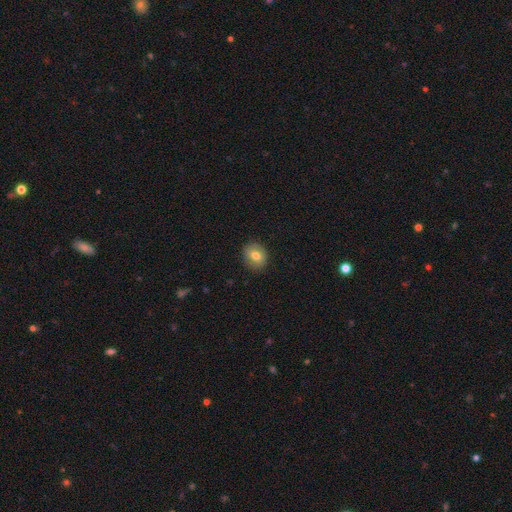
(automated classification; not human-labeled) Smooth or featured? Predicted: smooth (p=0.75). How rounded? Predicted: round (p=0.69). Merging? Predicted: none (p=0.86).